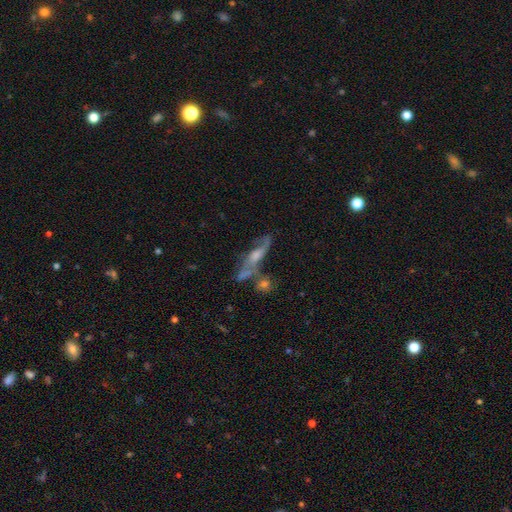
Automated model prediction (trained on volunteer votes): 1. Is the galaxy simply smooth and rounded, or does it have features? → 71% featured or disk, 18% smooth, 11% star or artifact.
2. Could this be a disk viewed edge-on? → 59% no, 41% yes.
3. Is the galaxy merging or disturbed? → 50% none, 20% merger, 18% minor disturbance, 12% major disturbance.